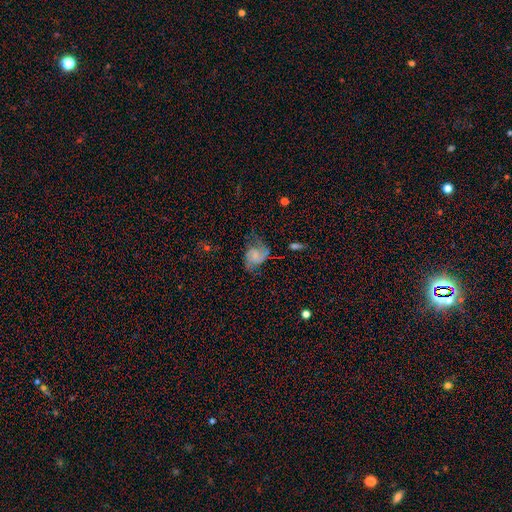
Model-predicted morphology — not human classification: Overall: featured or disk (55%; smooth 35%). Edge-on disk: no (97%). Bar: no (62%; weak 32%). Spiral arms: yes (85%). Bulge size: small (38%; none 33%). Merging: none (40%; major disturbance 28%).